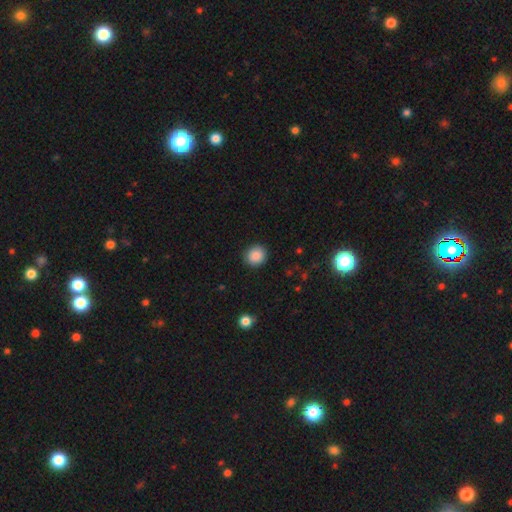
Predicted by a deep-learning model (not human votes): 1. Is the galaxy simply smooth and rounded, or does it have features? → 88% smooth, 9% star or artifact, 3% featured or disk.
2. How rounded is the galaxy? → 86% round, 13% in between, 1% cigar-shaped.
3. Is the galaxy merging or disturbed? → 90% none, 7% minor disturbance, 2% major disturbance, 1% merger.